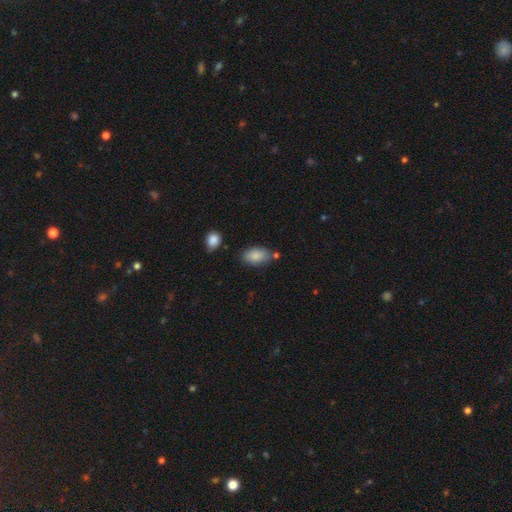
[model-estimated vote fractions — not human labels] Smooth or featured: smooth — 87% (star or artifact — 7%)
How rounded: in between — 93% (round — 5%)
Merging: none — 71% (minor disturbance — 17%)